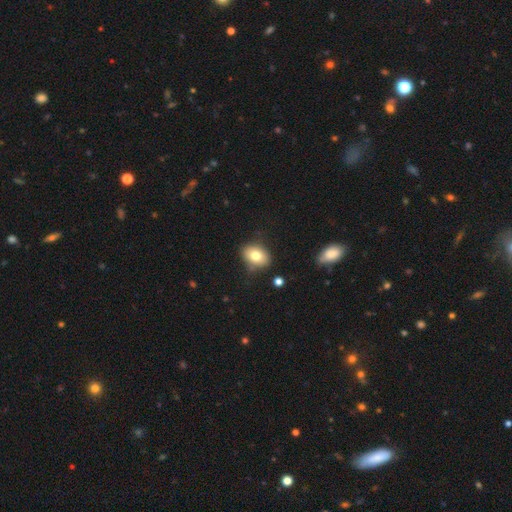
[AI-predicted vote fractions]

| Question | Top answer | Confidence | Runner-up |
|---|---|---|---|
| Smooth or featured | smooth | 77% | featured or disk (13%) |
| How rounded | in between | 68% | round (31%) |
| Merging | none | 79% | minor disturbance (15%) |